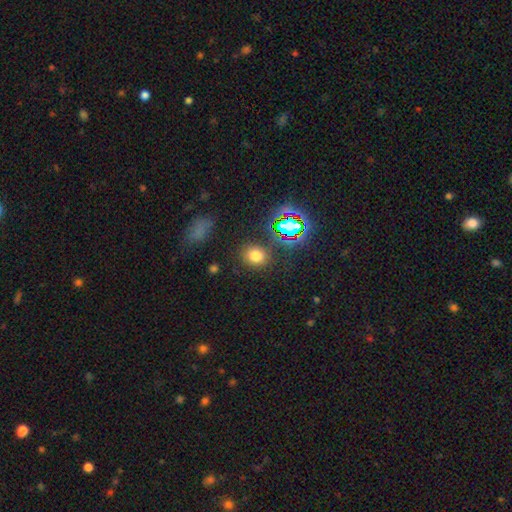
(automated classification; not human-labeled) Smooth or featured: smooth — 70% (star or artifact — 22%)
How rounded: round — 66% (in between — 33%)
Merging: none — 84% (minor disturbance — 9%)